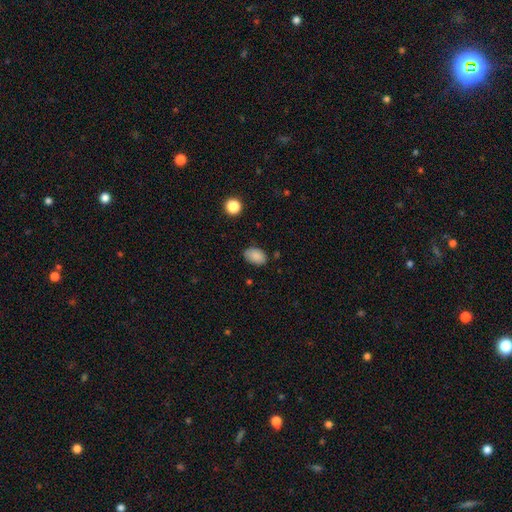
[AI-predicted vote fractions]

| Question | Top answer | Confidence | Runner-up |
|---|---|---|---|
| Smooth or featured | smooth | 87% | star or artifact (8%) |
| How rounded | in between | 85% | round (14%) |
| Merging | none | 78% | minor disturbance (17%) |